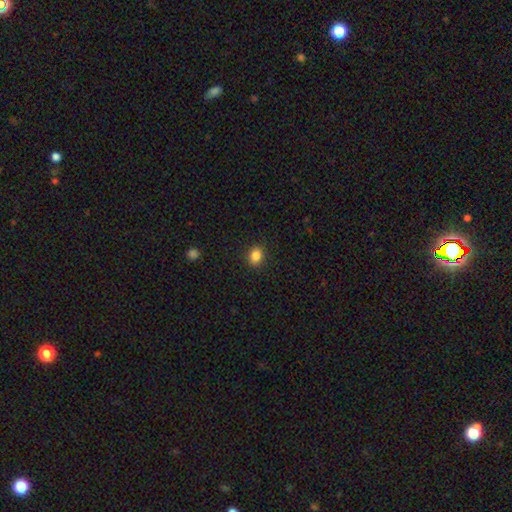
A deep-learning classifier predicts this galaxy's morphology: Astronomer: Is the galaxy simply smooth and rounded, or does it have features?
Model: smooth — 85%.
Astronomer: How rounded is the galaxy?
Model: round — 50% (runner-up: in between, 49%).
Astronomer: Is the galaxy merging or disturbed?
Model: none — 90%.